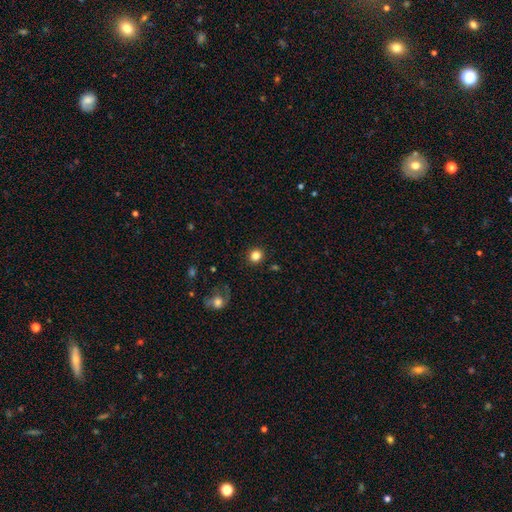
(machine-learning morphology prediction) smooth-or-featured: smooth: 84% | star or artifact: 11% | featured or disk: 5%
  how-rounded: round: 89% | in between: 10% | cigar-shaped: 1%
  merging: none: 91% | minor disturbance: 6% | major disturbance: 2% | merger: 2%